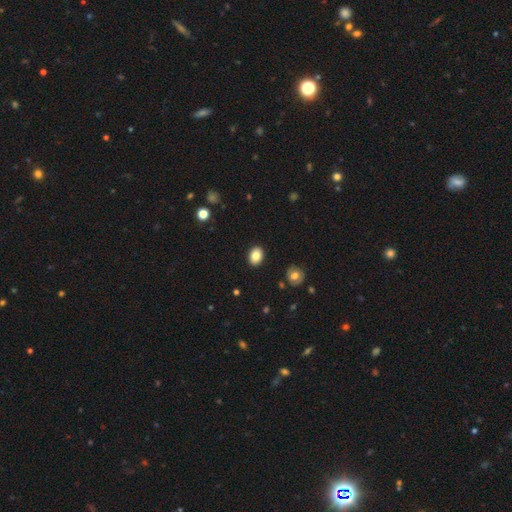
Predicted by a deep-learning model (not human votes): A smooth galaxy with no disk features (84%) that is in between round and cigar-shaped (68%).

Vote fractions:
- Smooth or featured? smooth: 84% / star or artifact: 9% / featured or disk: 7%
- How rounded? in between: 68% / round: 31% / cigar-shaped: 1%
- Merging? none: 89% / minor disturbance: 7% / major disturbance: 2% / merger: 1%